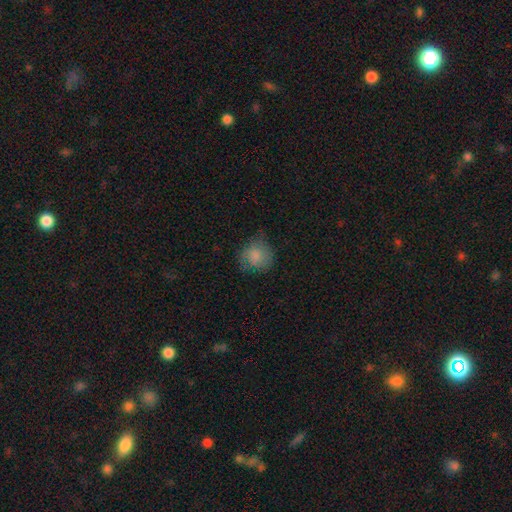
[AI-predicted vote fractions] A smooth galaxy with no disk features (76%) that is round (84%).

Vote fractions:
- Smooth or featured? smooth: 76% / featured or disk: 15% / star or artifact: 8%
- How rounded? round: 84% / in between: 15% / cigar-shaped: 1%
- Merging? none: 62% / minor disturbance: 27% / major disturbance: 10% / merger: 1%